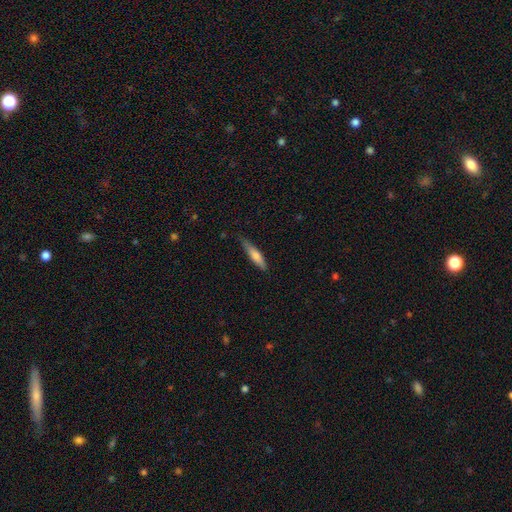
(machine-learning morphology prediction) Smooth or featured?
  - smooth: 64% *
  - featured or disk: 30%
  - star or artifact: 6%
How rounded?
  - cigar-shaped: 82% *
  - in between: 17%
  - round: 2%
Merging?
  - none: 72% *
  - minor disturbance: 23%
  - major disturbance: 3%
  - merger: 2%